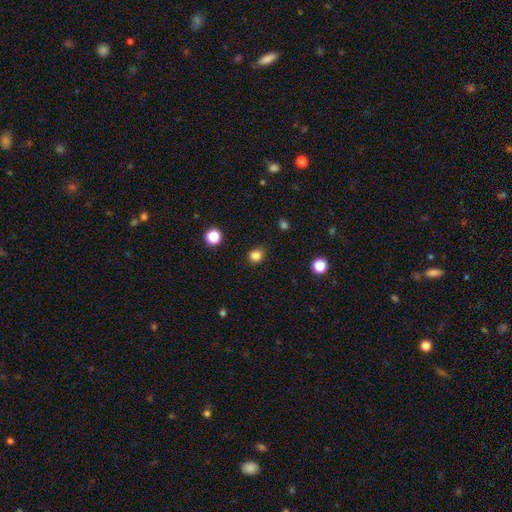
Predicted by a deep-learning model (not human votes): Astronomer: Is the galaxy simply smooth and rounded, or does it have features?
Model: smooth — 83%.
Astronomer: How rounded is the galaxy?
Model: round — 76%.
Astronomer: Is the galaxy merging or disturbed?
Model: none — 80%.